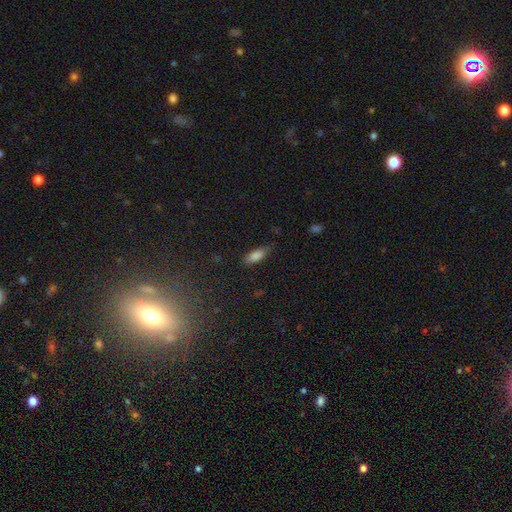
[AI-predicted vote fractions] Q: Smooth or featured?
A: smooth (82%); runner-up: featured or disk (10%)
Q: How rounded?
A: in between (73%); runner-up: cigar-shaped (25%)
Q: Merging?
A: none (76%); runner-up: minor disturbance (18%)